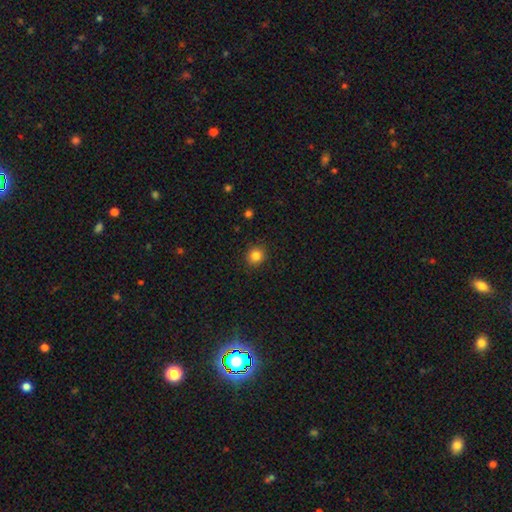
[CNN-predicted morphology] Q: Smooth or featured?
A: smooth (84%); runner-up: star or artifact (11%)
Q: How rounded?
A: round (89%); runner-up: in between (10%)
Q: Merging?
A: none (91%); runner-up: minor disturbance (7%)